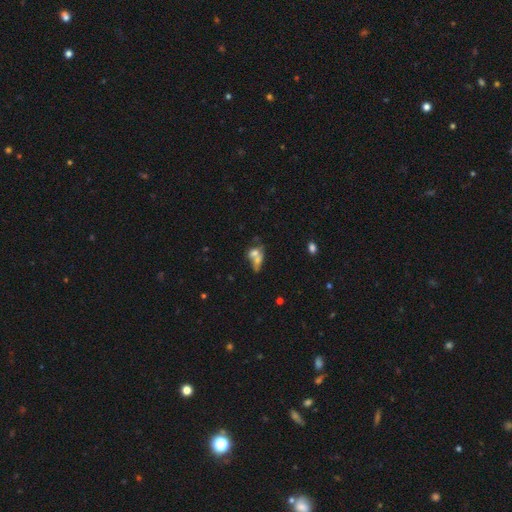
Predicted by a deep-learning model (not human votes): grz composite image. It shows a smooth galaxy with no disk features (57%) that is in between round and cigar-shaped (62%). Merging: merger (62%).